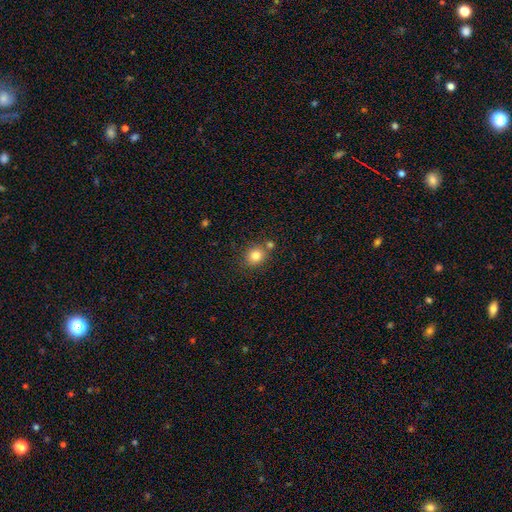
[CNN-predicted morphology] Q: Smooth or featured?
A: smooth (82%); runner-up: star or artifact (12%)
Q: How rounded?
A: round (78%); runner-up: in between (21%)
Q: Merging?
A: none (73%); runner-up: merger (14%)